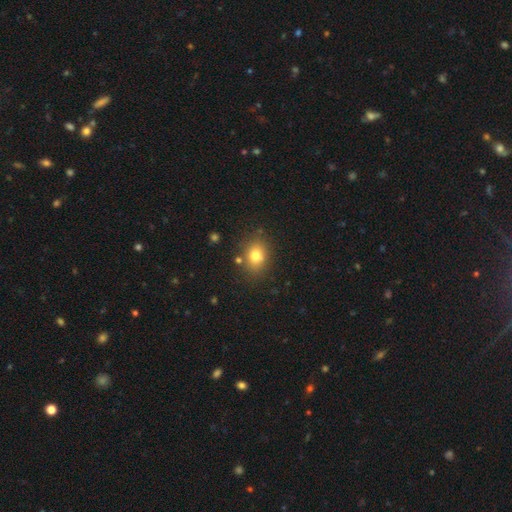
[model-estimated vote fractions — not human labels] The model was most divided on "how rounded": in between: 51%, round: 47%, cigar-shaped: 1%. More confident: merging — none (81%); smooth or featured — smooth (77%).